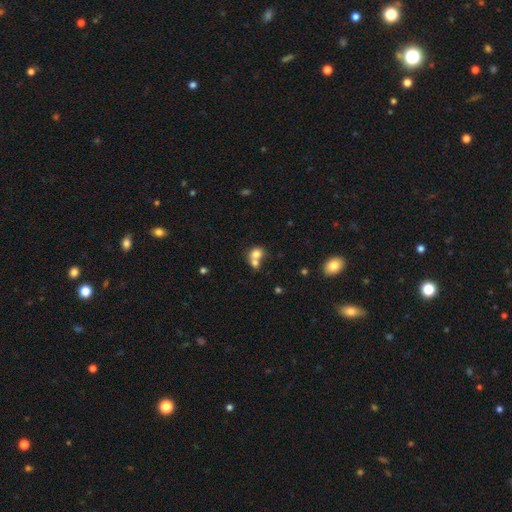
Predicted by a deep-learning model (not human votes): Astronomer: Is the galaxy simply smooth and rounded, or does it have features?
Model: smooth — 75%.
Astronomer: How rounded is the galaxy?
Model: round — 64%.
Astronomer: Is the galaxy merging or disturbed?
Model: merger — 62%.